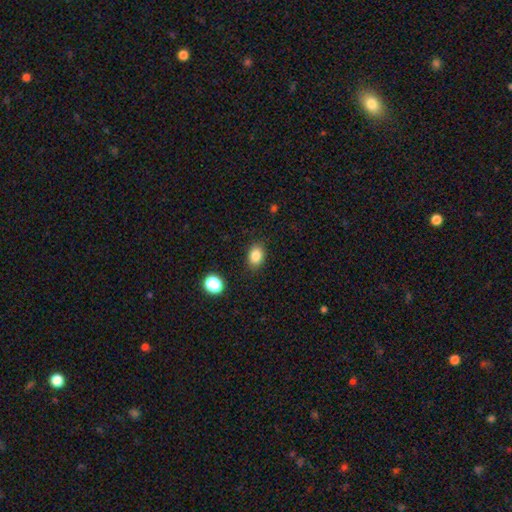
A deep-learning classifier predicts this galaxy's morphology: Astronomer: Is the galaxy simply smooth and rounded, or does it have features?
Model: smooth — 85%.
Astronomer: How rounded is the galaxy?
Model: in between — 73%.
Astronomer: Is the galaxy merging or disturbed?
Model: none — 85%.